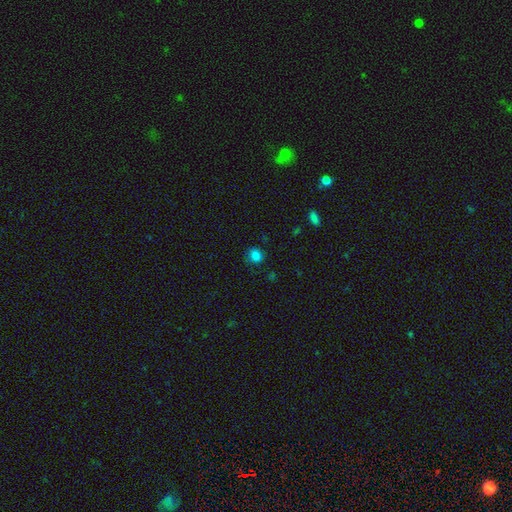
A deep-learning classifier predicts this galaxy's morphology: This is clearly a smooth galaxy (82%). How rounded: clearly round (81%). Merging: clearly none (81%).